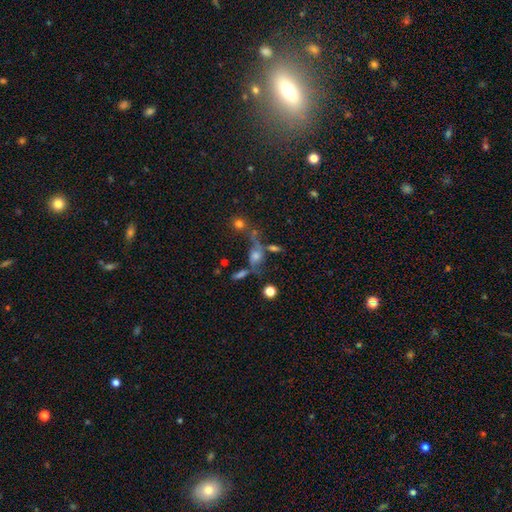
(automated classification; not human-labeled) smooth 40%, featured or disk 33%, star or artifact 28%. Down the decision tree: merging — none (42%).